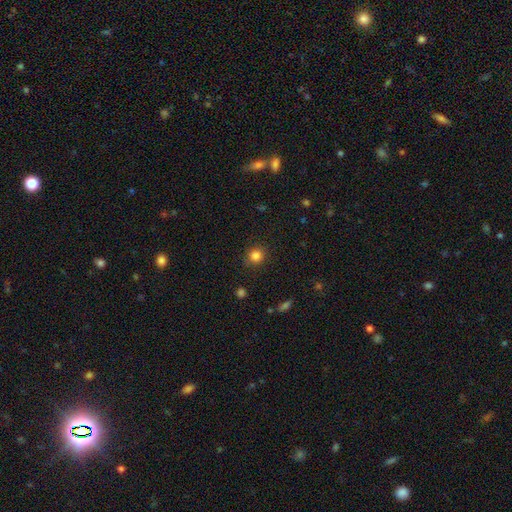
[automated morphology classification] type=smooth (84%); roundness=round (87%); merging=none (87%).